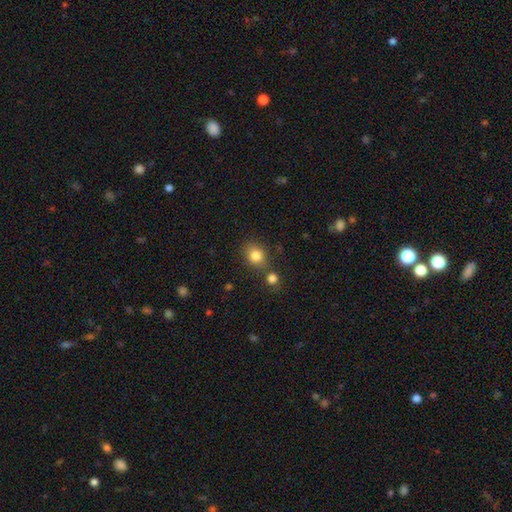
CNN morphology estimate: A smooth galaxy with no disk features (83%) that is round (61%).

Vote fractions:
- Smooth or featured? smooth: 83% / star or artifact: 10% / featured or disk: 7%
- How rounded? round: 61% / in between: 38% / cigar-shaped: 1%
- Merging? none: 70% / merger: 15% / minor disturbance: 12% / major disturbance: 4%